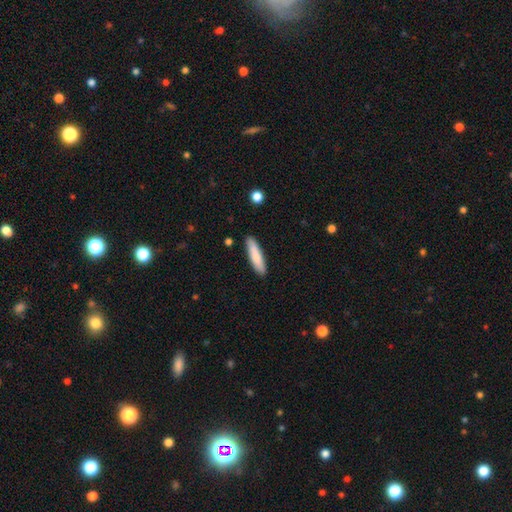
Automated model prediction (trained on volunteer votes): smooth 82%, featured or disk 13%, star or artifact 5%. Down the decision tree: how rounded — cigar-shaped (81%); merging — none (88%).